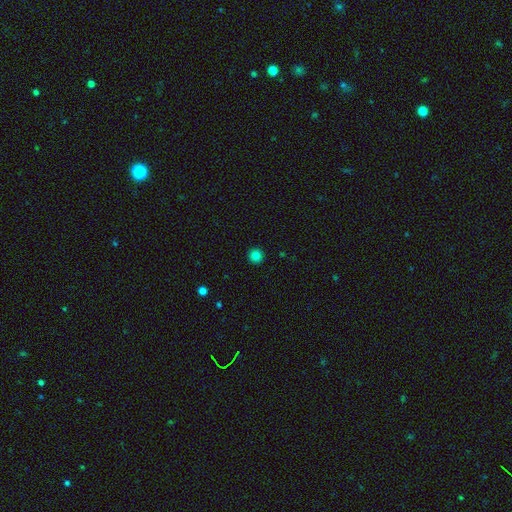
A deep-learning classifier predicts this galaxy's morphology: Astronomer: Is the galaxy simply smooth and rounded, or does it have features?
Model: smooth — 83%.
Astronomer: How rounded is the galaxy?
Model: round — 96%.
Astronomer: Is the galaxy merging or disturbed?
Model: none — 93%.